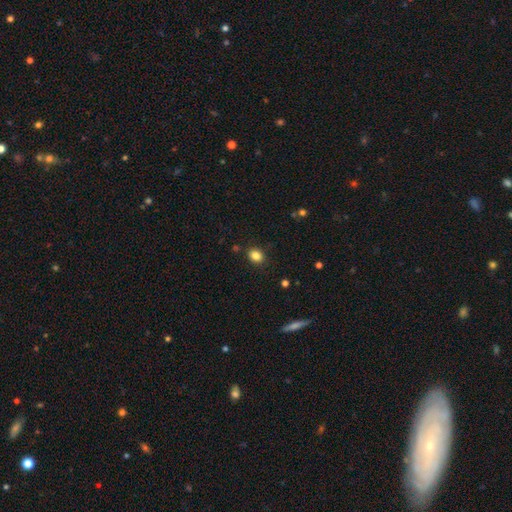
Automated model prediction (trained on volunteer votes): smooth_or_featured: smooth (p=0.84) [alt: star or artifact p=0.11]
how_rounded: round (p=0.54) [alt: in between p=0.45]
merging: none (p=0.87) [alt: minor disturbance p=0.09]